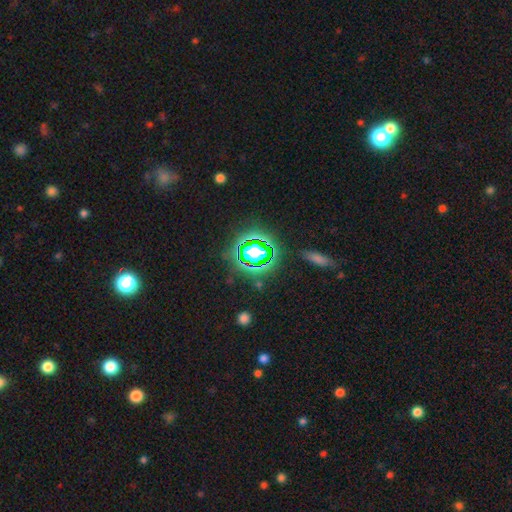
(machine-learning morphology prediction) Smooth or featured?
  - star or artifact: 78% *
  - smooth: 14%
  - featured or disk: 8%